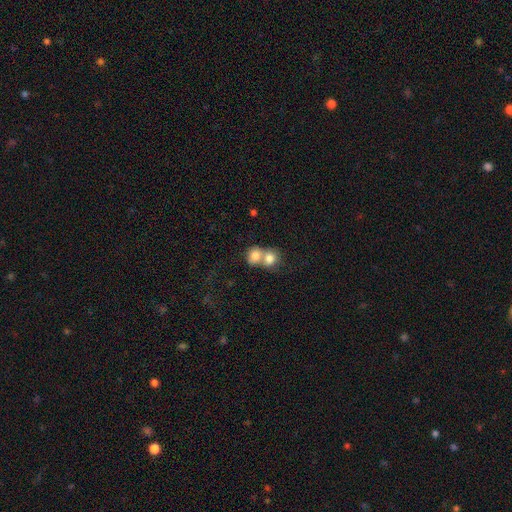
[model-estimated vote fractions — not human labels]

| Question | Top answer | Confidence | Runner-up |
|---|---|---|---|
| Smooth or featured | smooth | 78% | featured or disk (13%) |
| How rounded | round | 69% | in between (30%) |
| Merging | merger | 71% | none (22%) |